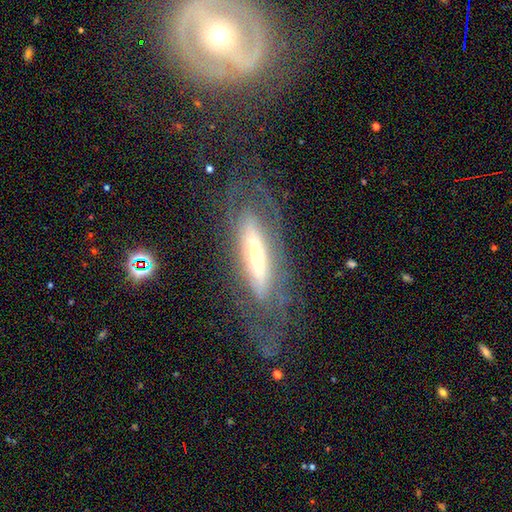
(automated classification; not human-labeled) smooth-or-featured: featured or disk: 73% | smooth: 19% | star or artifact: 9%
  disk-edge-on: no: 56% | yes: 44%
  merging: none: 68% | minor disturbance: 16% | major disturbance: 13% | merger: 2%